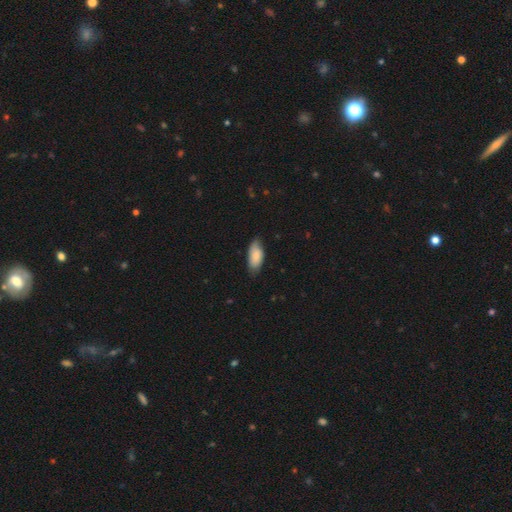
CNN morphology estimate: smooth_or_featured: smooth (p=0.82) [alt: featured or disk p=0.12]
how_rounded: in between (p=0.89) [alt: cigar-shaped p=0.09]
merging: none (p=0.75) [alt: minor disturbance p=0.21]